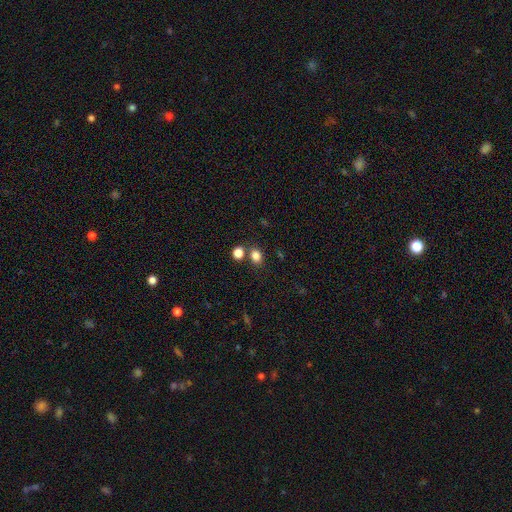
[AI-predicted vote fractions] Smooth or featured? Predicted: smooth (p=0.82). How rounded? Predicted: round (p=0.50). Merging? Predicted: none (p=0.70).